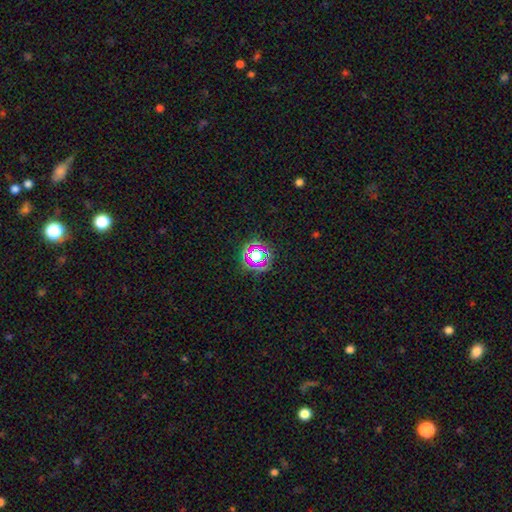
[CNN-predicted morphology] star or artifact 59%, smooth 28%, featured or disk 12%.